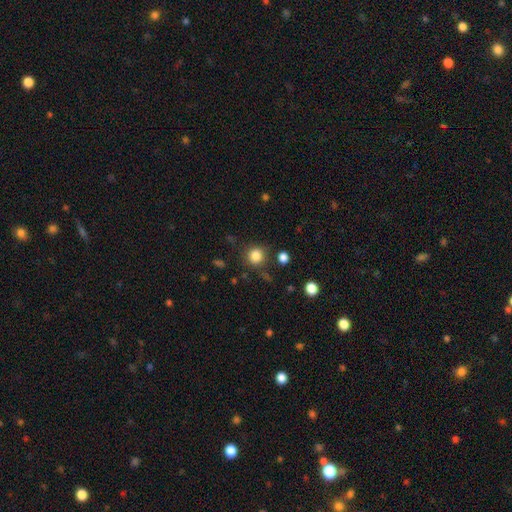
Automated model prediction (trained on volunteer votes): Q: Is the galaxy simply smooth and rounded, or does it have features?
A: smooth — 84%.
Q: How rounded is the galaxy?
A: round — 89%.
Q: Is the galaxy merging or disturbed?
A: none — 81%.